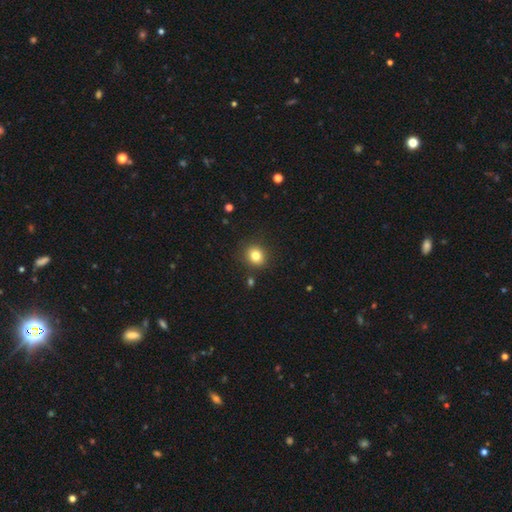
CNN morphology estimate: smooth 81%, star or artifact 12%, featured or disk 7%. Down the decision tree: how rounded — round (81%); merging — none (88%).